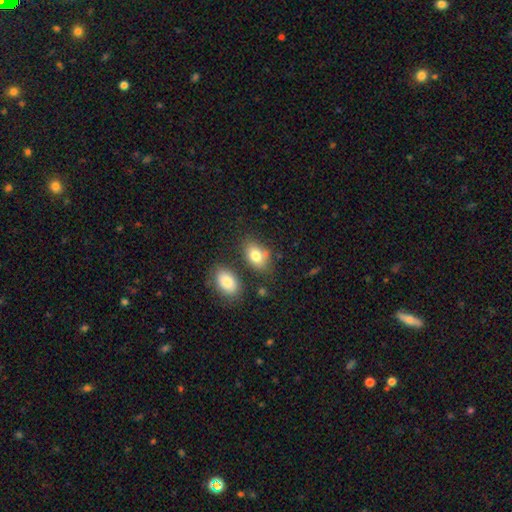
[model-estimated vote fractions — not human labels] Q: Smooth or featured?
A: smooth (79%); runner-up: featured or disk (12%)
Q: How rounded?
A: in between (87%); runner-up: round (12%)
Q: Merging?
A: none (63%); runner-up: minor disturbance (18%)